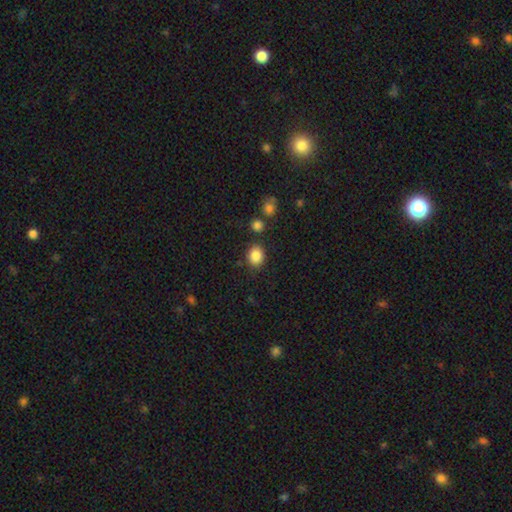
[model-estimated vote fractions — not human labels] Smooth or featured? smooth (87%)
How rounded? round (54%)
Merging? none (81%)